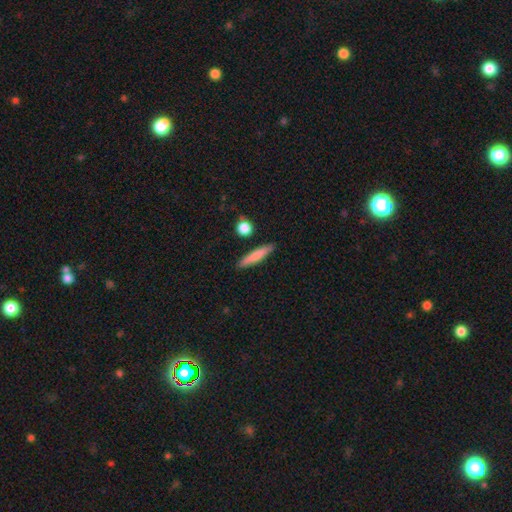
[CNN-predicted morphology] A smooth galaxy with no disk features (77%) that is cigar-shaped (89%). Merging: none (88%).